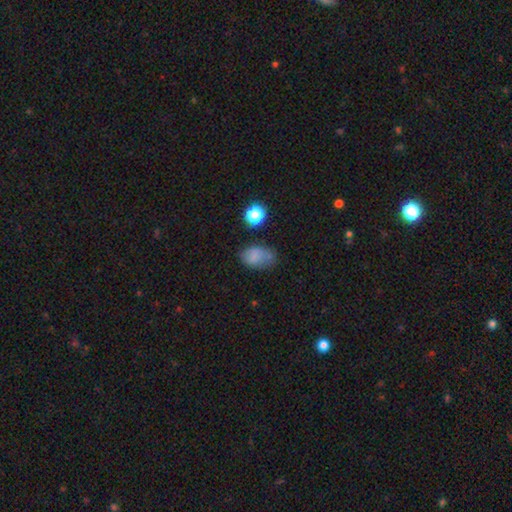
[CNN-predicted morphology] This appears to be a smooth galaxy with no disk features (74%) that is in between round and cigar-shaped (82%). Merging: none (49%).